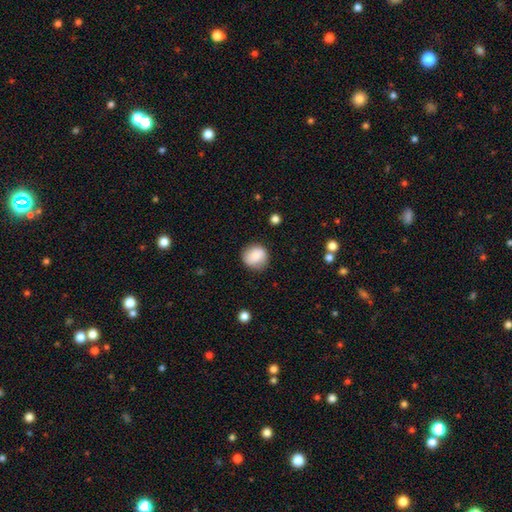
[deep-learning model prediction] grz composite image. It shows a smooth galaxy with no disk features (85%) that is round (87%). Merging: none (83%).